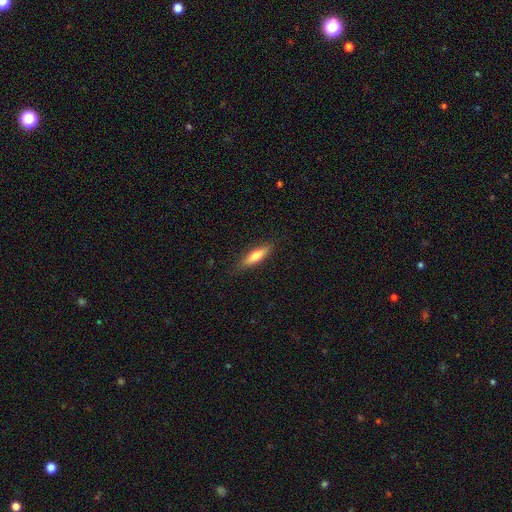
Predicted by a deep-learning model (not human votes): smooth 66%, featured or disk 29%, star or artifact 6%. Down the decision tree: how rounded — cigar-shaped (68%); merging — none (86%).